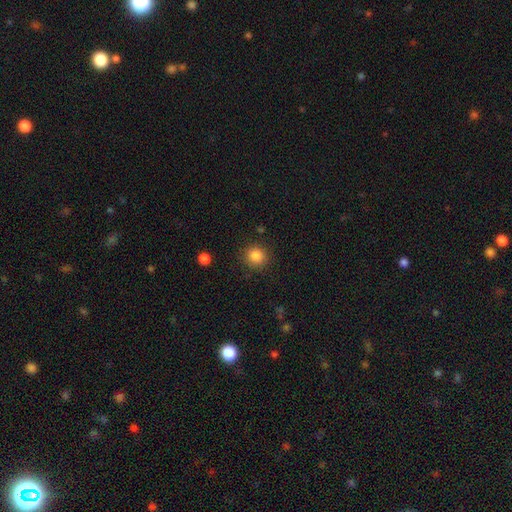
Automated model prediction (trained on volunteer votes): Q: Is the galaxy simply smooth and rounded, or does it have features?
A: smooth — 85%.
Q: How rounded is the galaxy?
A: round — 91%.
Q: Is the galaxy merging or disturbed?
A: none — 88%.